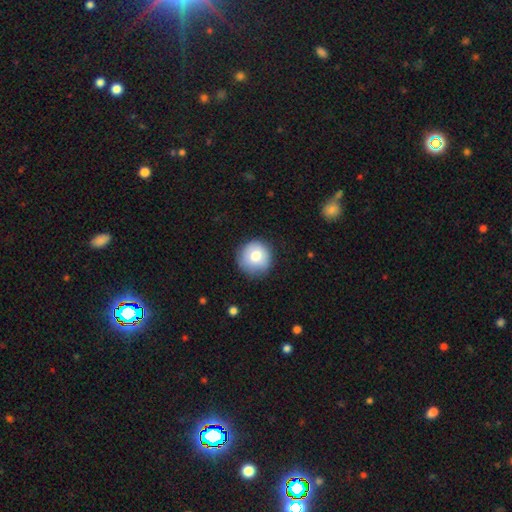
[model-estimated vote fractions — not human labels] A smooth galaxy with no disk features (75%) that is round (94%).

Vote fractions:
- Smooth or featured? smooth: 75% / featured or disk: 16% / star or artifact: 9%
- How rounded? round: 94% / in between: 5% / cigar-shaped: 1%
- Merging? none: 83% / minor disturbance: 13% / major disturbance: 3% / merger: 1%